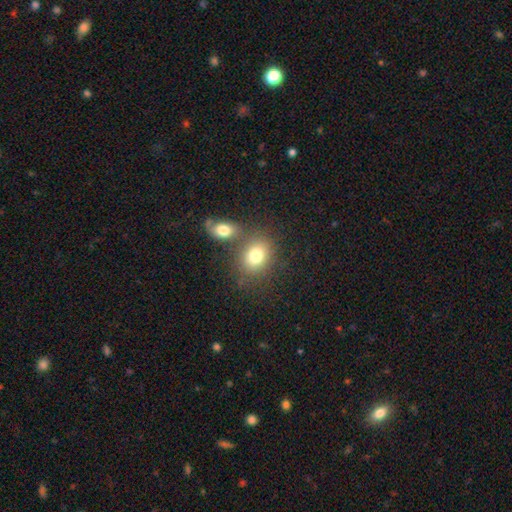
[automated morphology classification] type=smooth (79%); roundness=in between (54%); merging=none (56%).